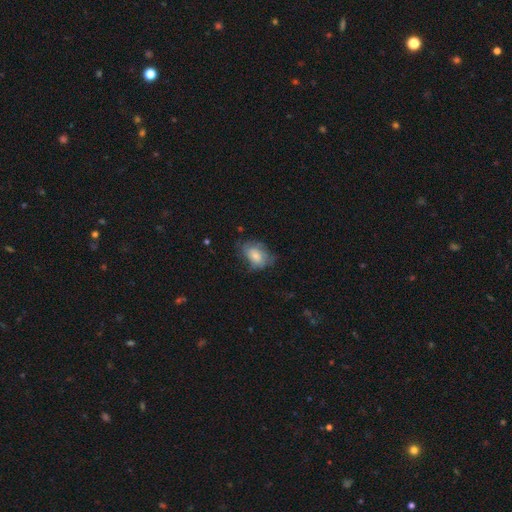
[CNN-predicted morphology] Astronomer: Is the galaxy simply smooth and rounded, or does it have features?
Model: smooth — 63%.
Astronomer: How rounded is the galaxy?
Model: in between — 83%.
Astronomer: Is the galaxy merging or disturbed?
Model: none — 52% (runner-up: minor disturbance, 31%).